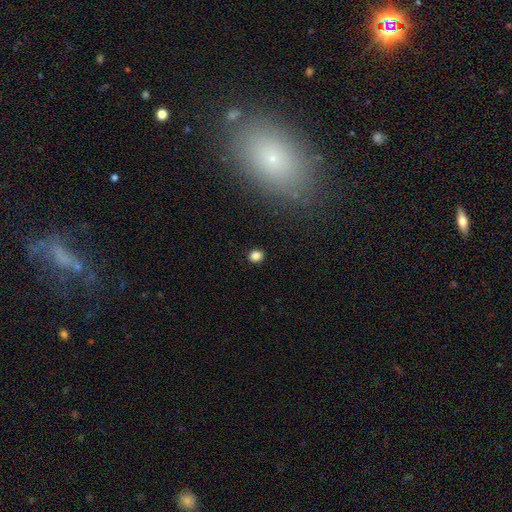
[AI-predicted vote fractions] Smooth or featured? Predicted: smooth (p=0.85). How rounded? Predicted: round (p=0.78). Merging? Predicted: none (p=0.91).